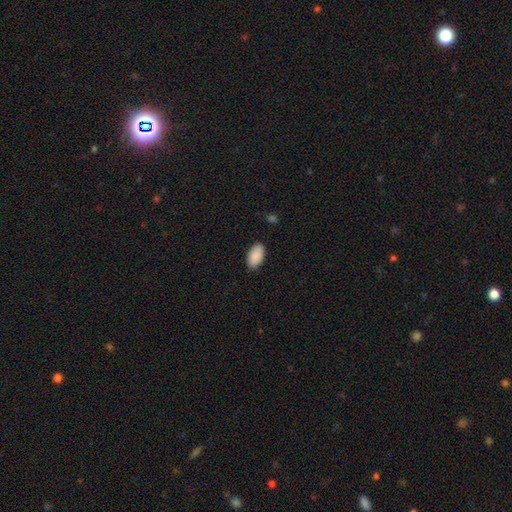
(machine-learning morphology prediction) Overall: smooth (91%). How rounded: in between (95%). Merging: none (87%).